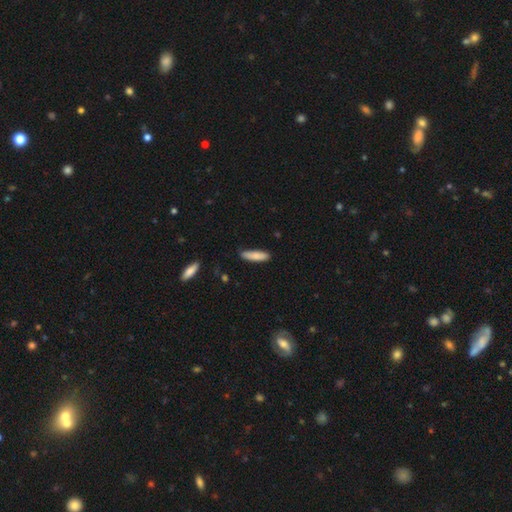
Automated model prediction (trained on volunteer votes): Smooth or featured? smooth (84%)
How rounded? cigar-shaped (68%)
Merging? none (81%)